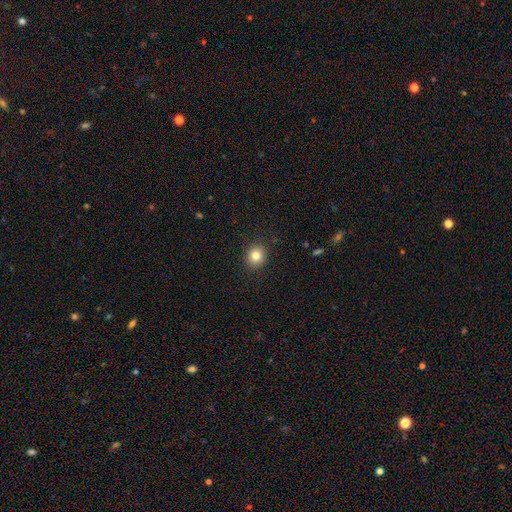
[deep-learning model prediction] A smooth galaxy with no disk features (82%) that is round (81%). Merging: none (89%).